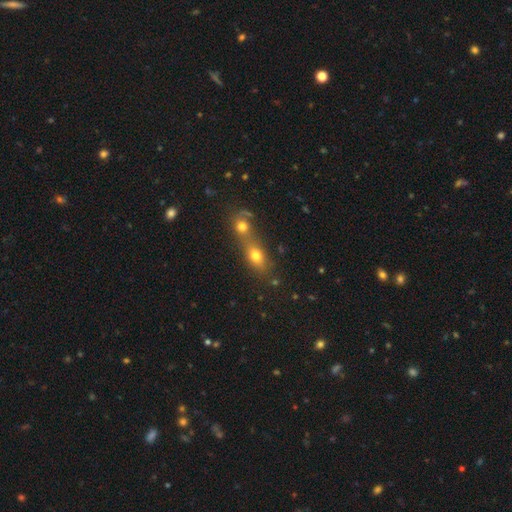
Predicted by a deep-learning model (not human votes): smooth 73%, featured or disk 14%, star or artifact 13%. Down the decision tree: how rounded — in between (64%); merging — merger (56%).